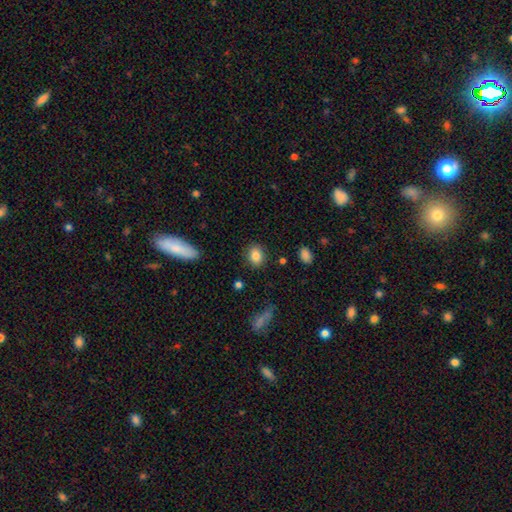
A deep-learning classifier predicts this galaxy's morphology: smooth-or-featured: smooth: 83% | star or artifact: 9% | featured or disk: 8%
  how-rounded: in between: 55% | round: 44% | cigar-shaped: 1%
  merging: none: 86% | minor disturbance: 10% | major disturbance: 3% | merger: 2%